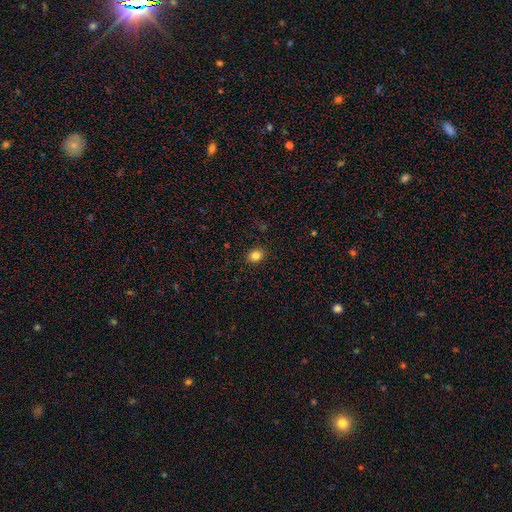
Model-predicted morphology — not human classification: The model was most divided on "how rounded": round: 61%, in between: 38%, cigar-shaped: 1%. More confident: merging — none (90%); smooth or featured — smooth (82%).